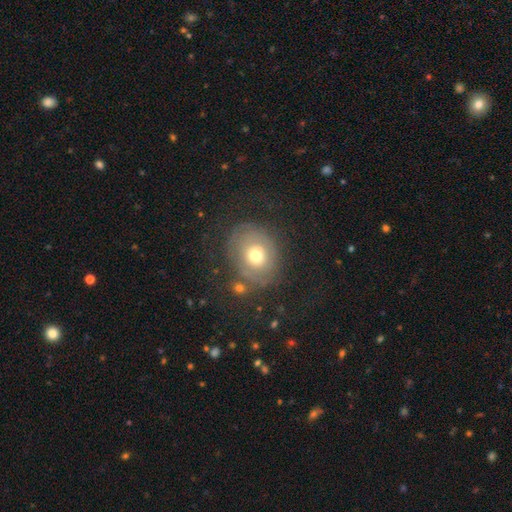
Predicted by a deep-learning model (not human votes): This is possibly a smooth galaxy (50%). How rounded: possibly round (59%). Merging: likely none (68%).